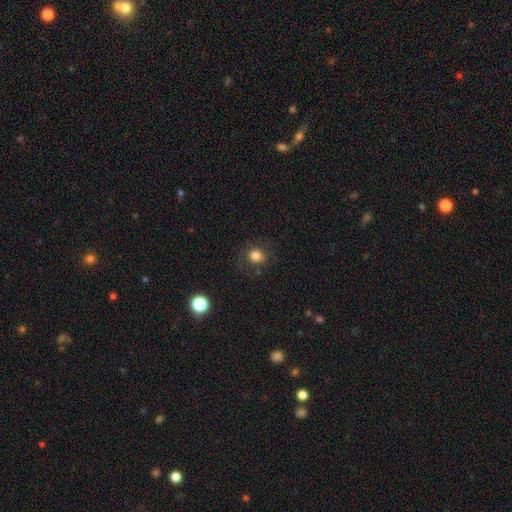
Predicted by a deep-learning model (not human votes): Overall: smooth (80%). How rounded: round (77%). Merging: none (78%).